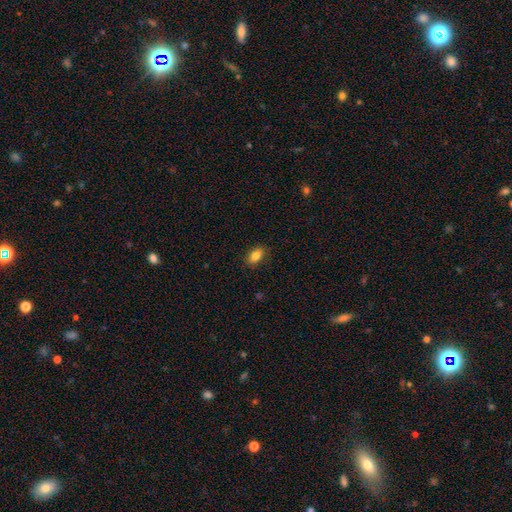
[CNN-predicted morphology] smooth 83%, star or artifact 9%, featured or disk 8%. Down the decision tree: how rounded — in between (87%); merging — none (86%).